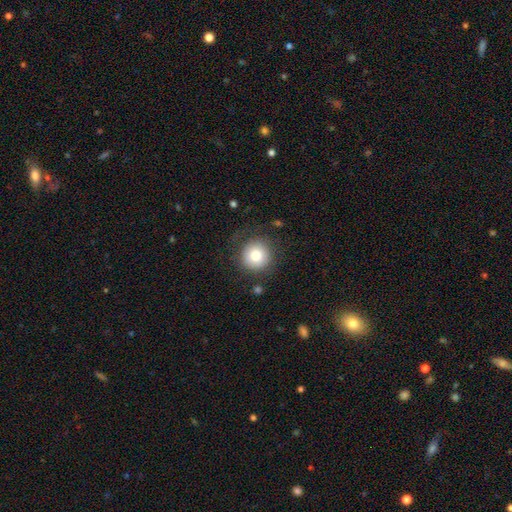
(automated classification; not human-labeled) Smooth or featured? smooth (77%)
How rounded? round (95%)
Merging? none (81%)